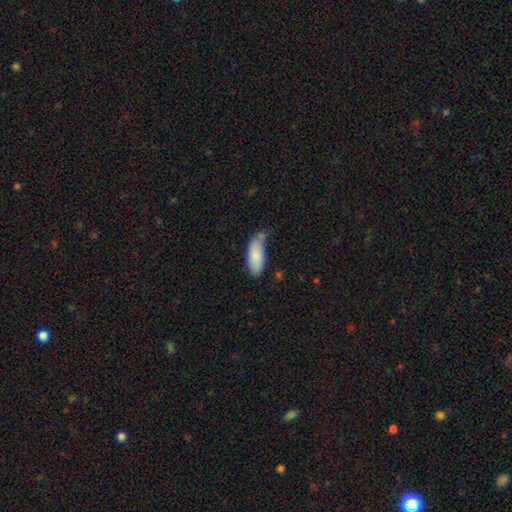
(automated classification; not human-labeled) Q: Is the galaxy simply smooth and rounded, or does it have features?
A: smooth — 85%.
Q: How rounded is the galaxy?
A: in between — 81%.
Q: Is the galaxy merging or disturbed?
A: none — 44%.